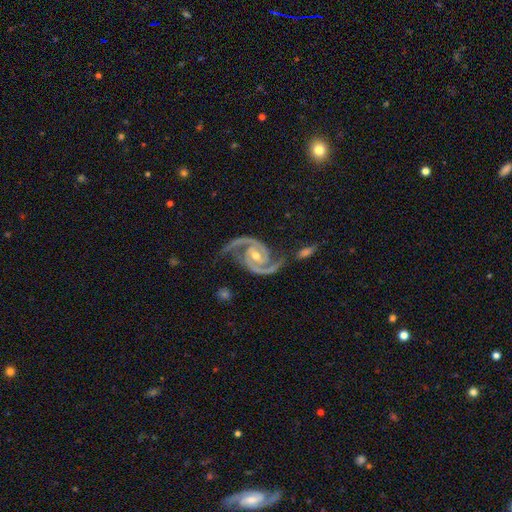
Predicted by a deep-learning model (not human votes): smooth-or-featured: featured or disk: 94% | star or artifact: 4% | smooth: 2%
  disk-edge-on: no: 98% | yes: 2%
    bar: no: 50% | weak: 33% | strong: 17%
    has-spiral-arms: yes: 99% | no: 1%
      spiral-winding: medium: 59% | tight: 28% | loose: 13%
      spiral-arm-count: 2: 93% | 3: 2% | can't tell: 1% | 1: 1% | 4: 1% | more than 4: 1%
    bulge-size: moderate: 62% | small: 35% | large: 2% | none: 1% | dominant: 1%
  merging: none: 69% | minor disturbance: 18% | major disturbance: 7% | merger: 6%